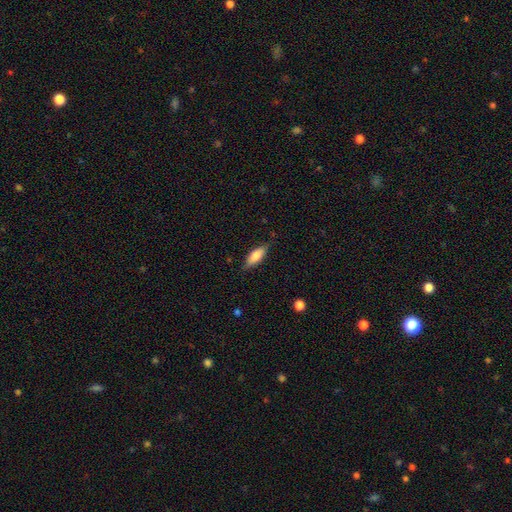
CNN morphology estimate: Smooth or featured? Predicted: smooth (p=0.76). How rounded? Predicted: in between (p=0.68). Merging? Predicted: none (p=0.79).